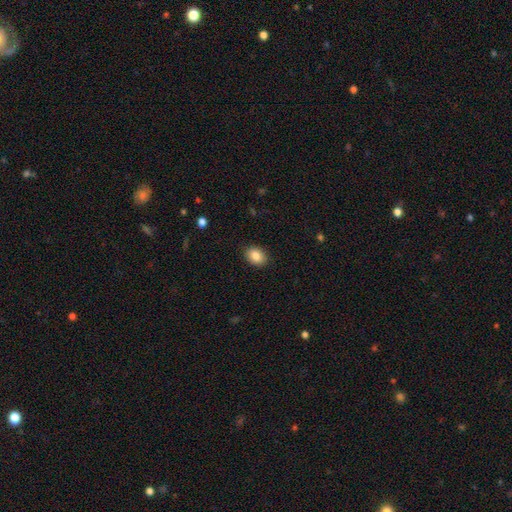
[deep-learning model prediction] Smooth or featured: smooth — 86% (star or artifact — 8%)
How rounded: in between — 68% (round — 31%)
Merging: none — 88% (minor disturbance — 9%)